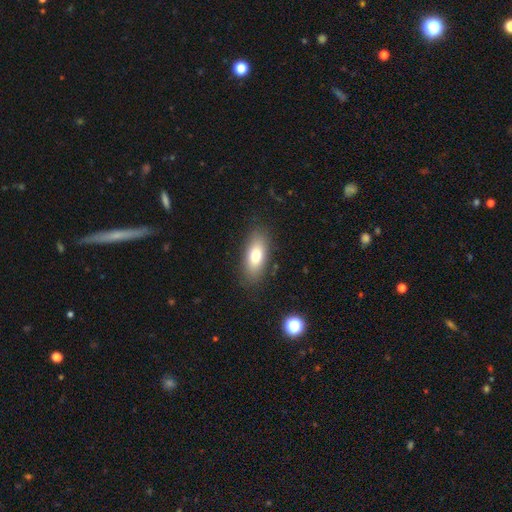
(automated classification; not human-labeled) Morphology: type=smooth (75%); roundness=in between (81%); merging=none (85%).